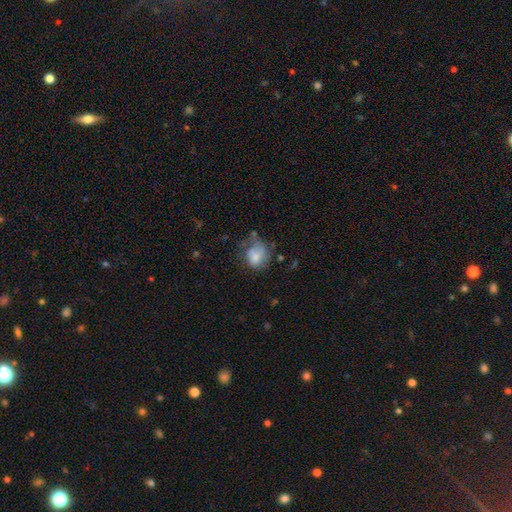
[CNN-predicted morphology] Smooth or featured?
  - smooth: 64% *
  - featured or disk: 27%
  - star or artifact: 9%
How rounded?
  - round: 53% *
  - in between: 46%
  - cigar-shaped: 1%
Merging?
  - none: 33% *
  - major disturbance: 32%
  - minor disturbance: 29%
  - merger: 6%